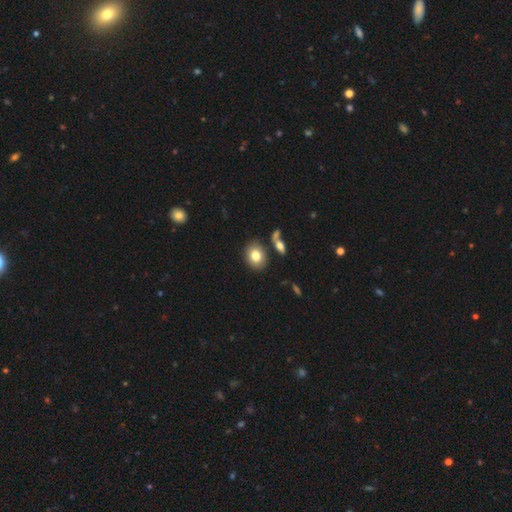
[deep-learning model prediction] The model was most divided on "how rounded": in between: 59%, round: 40%, cigar-shaped: 1%. More confident: smooth or featured — smooth (80%); merging — none (78%).